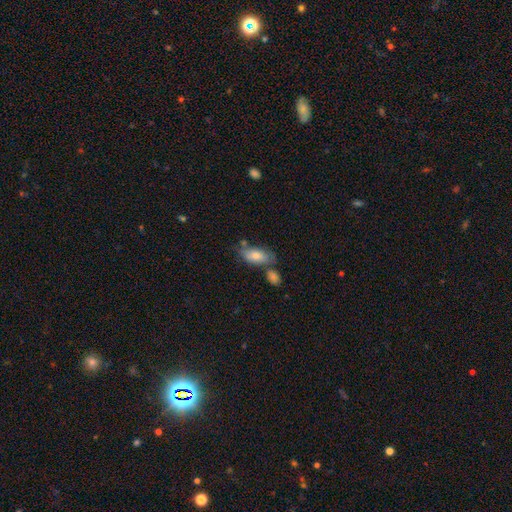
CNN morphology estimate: This is likely a smooth galaxy (77%). How rounded: clearly in between (90%). Merging: possibly none (53%).